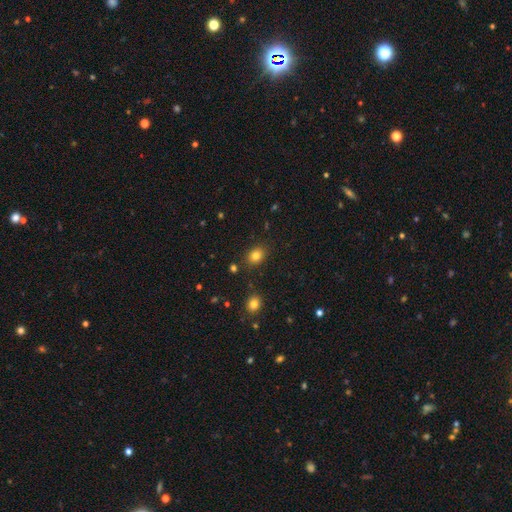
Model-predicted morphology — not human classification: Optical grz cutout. It shows a smooth galaxy with no disk features (81%) that is in between round and cigar-shaped (58%). Merging: none (84%).